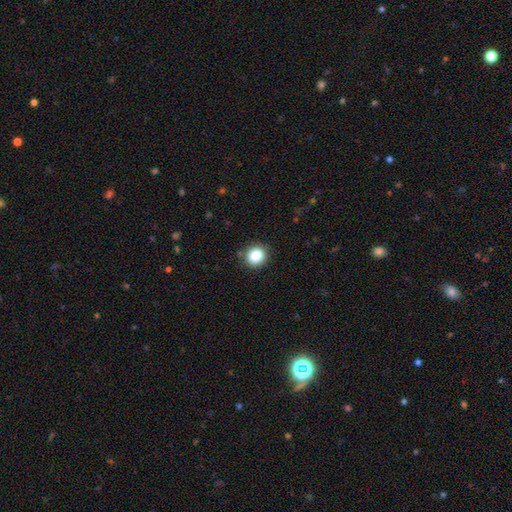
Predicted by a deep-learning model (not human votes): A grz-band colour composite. It shows a smooth galaxy with no disk features (86%) that is round (81%). Merging: none (88%).